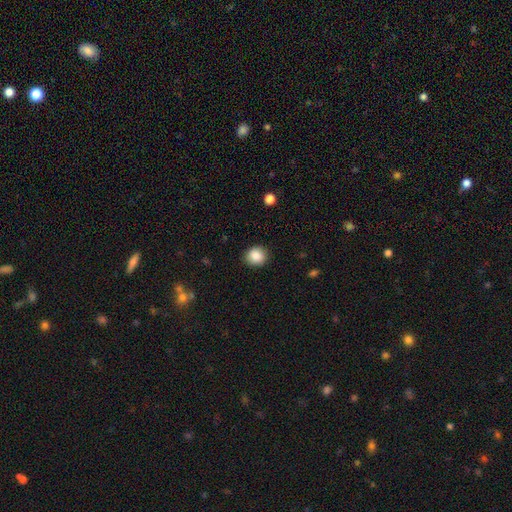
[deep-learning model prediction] Smooth or featured? Predicted: smooth (p=0.87). How rounded? Predicted: round (p=0.76). Merging? Predicted: none (p=0.89).